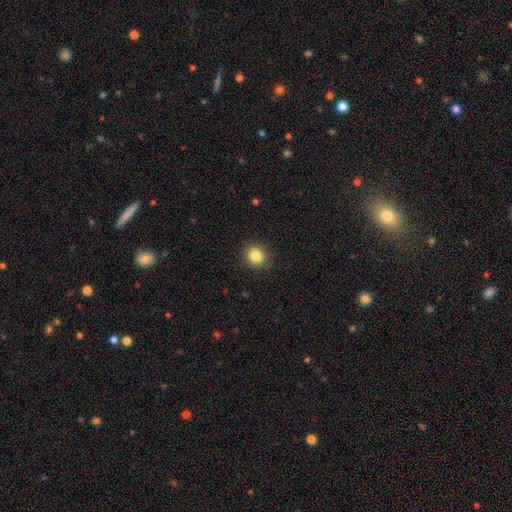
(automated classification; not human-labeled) Smooth or featured: smooth — 84% (star or artifact — 11%)
How rounded: round — 85% (in between — 14%)
Merging: none — 90% (minor disturbance — 7%)